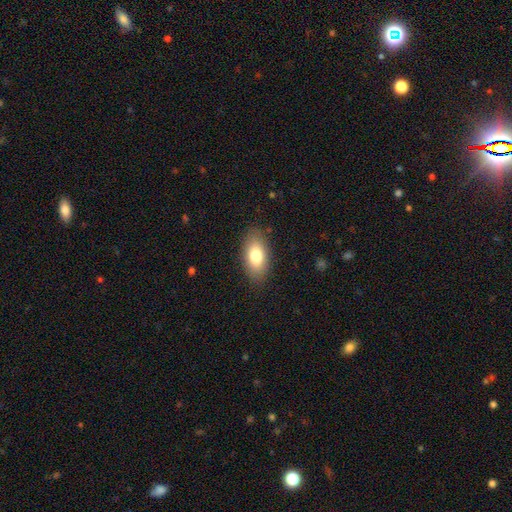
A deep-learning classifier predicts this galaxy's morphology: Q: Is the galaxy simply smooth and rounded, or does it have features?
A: smooth — 79%.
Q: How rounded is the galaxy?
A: in between — 90%.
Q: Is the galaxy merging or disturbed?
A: none — 86%.